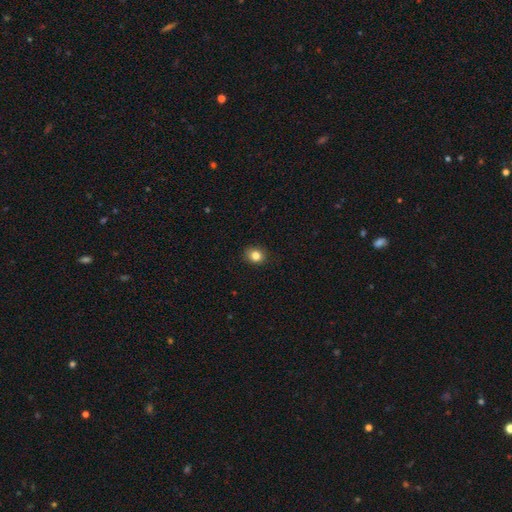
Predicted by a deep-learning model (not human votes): Smooth or featured? Predicted: smooth (p=0.82). How rounded? Predicted: round (p=0.68). Merging? Predicted: none (p=0.89).